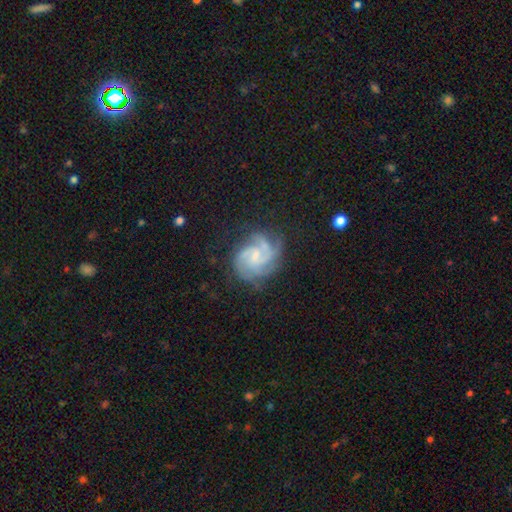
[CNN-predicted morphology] This appears to be a featured or disk galaxy (87%) with no bar (55%), 3 (45%) tight (55%) spiral arms (98%) and a small central bulge (62%). Merging: none (71%).